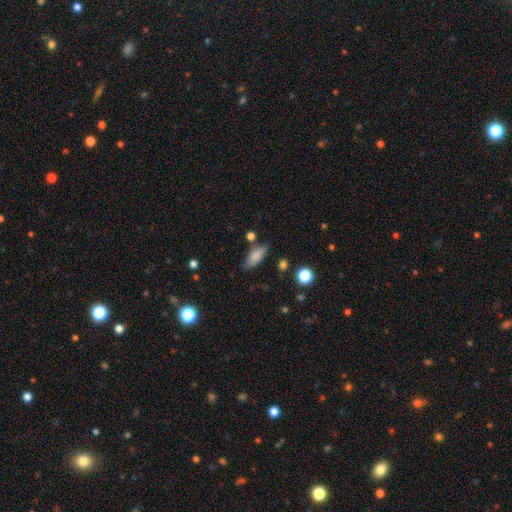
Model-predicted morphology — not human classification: A smooth galaxy with no disk features (82%) that is in between round and cigar-shaped (80%).

Vote fractions:
- Smooth or featured? smooth: 82% / featured or disk: 11% / star or artifact: 8%
- How rounded? in between: 80% / cigar-shaped: 17% / round: 3%
- Merging? none: 72% / minor disturbance: 19% / merger: 5% / major disturbance: 4%